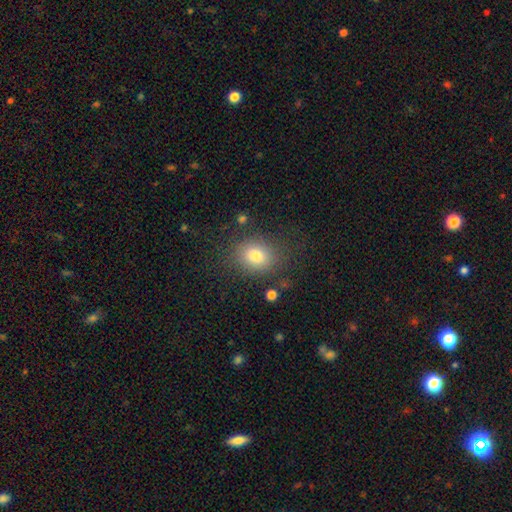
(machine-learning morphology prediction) type=smooth (79%); roundness=round (52%); merging=none (80%).